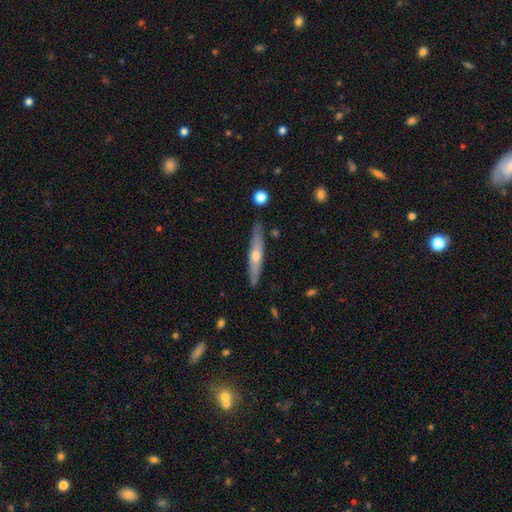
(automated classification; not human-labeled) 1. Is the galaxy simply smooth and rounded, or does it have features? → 60% featured or disk, 33% smooth, 7% star or artifact.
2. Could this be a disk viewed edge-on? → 90% yes, 10% no.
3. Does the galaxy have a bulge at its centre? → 84% rounded, 13% none, 2% boxy.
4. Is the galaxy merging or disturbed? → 87% none, 10% minor disturbance, 2% major disturbance, 2% merger.